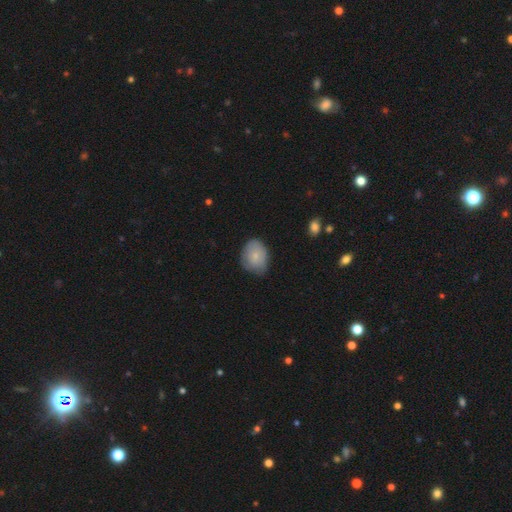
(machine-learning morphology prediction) Smooth or featured? Predicted: smooth (p=0.75). How rounded? Predicted: in between (p=0.51). Merging? Predicted: none (p=0.59).